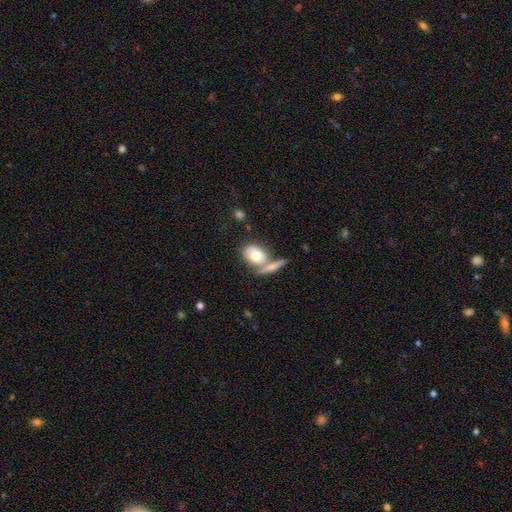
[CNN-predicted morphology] smooth_or_featured: smooth (p=0.70) [alt: featured or disk p=0.23]
how_rounded: in between (p=0.64) [alt: round p=0.32]
merging: none (p=0.46) [alt: merger p=0.35]